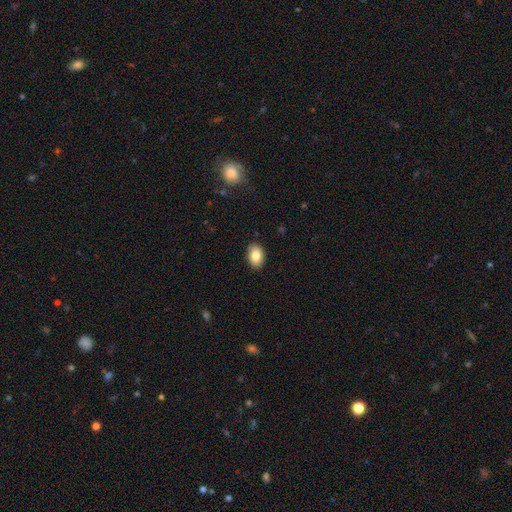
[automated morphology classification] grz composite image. It shows a smooth galaxy with no disk features (83%) that is in between round and cigar-shaped (82%). Merging: none (87%).